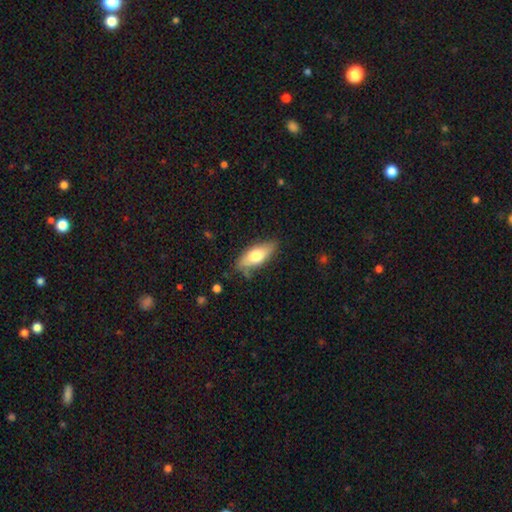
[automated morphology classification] A smooth galaxy with no disk features (65%) that is in between round and cigar-shaped (71%). Merging: none (76%).